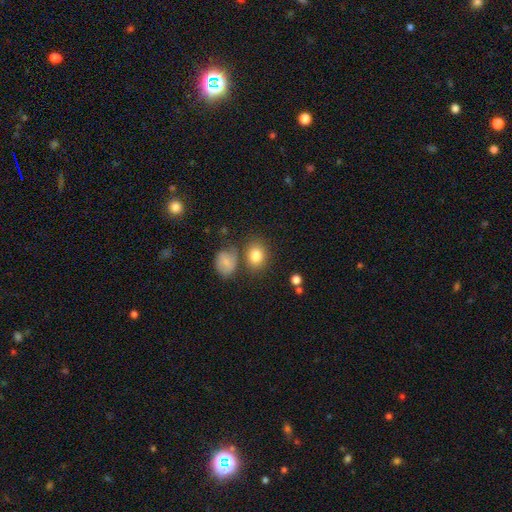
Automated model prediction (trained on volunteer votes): This appears to be a smooth galaxy with no disk features (82%) that is in between round and cigar-shaped (51%). Merging: none (67%).